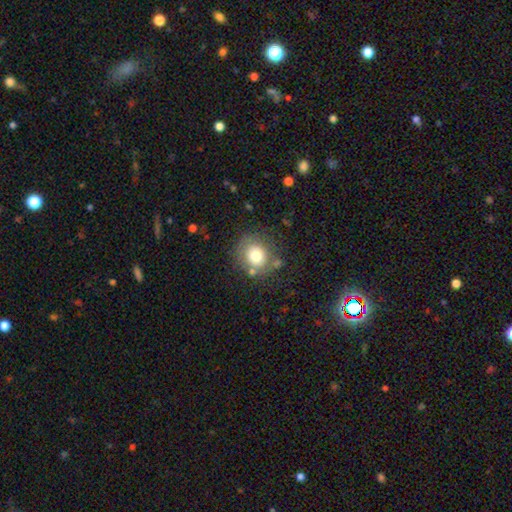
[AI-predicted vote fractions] Smooth or featured? Predicted: smooth (p=0.73). How rounded? Predicted: round (p=0.82). Merging? Predicted: none (p=0.72).